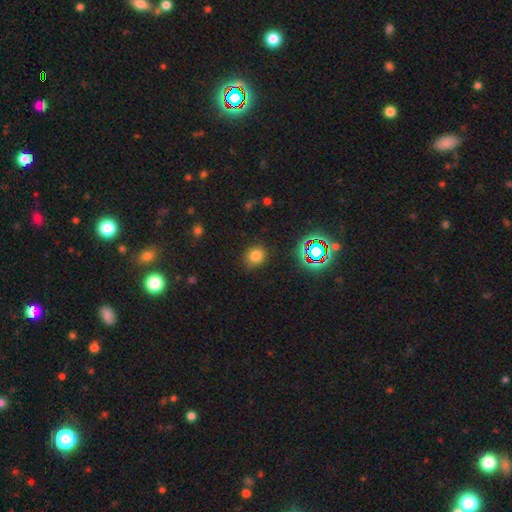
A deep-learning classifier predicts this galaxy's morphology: Smooth or featured: smooth — 75% (star or artifact — 18%)
How rounded: round — 79% (in between — 19%)
Merging: none — 84% (minor disturbance — 11%)